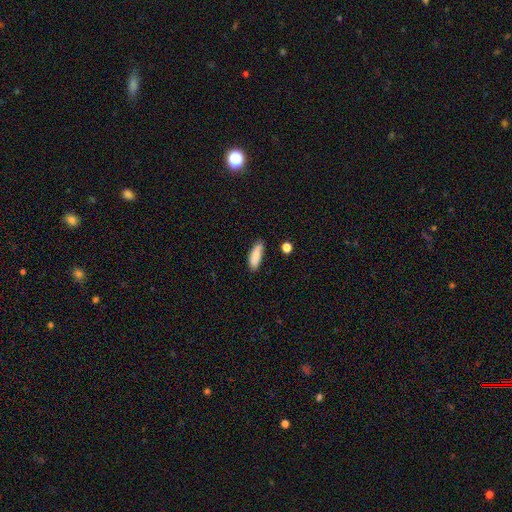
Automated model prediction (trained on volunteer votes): This is clearly a smooth galaxy (84%). How rounded: likely in between (64%). Merging: likely none (75%).